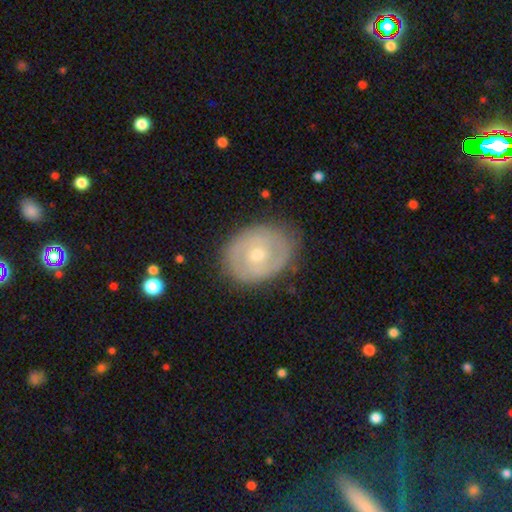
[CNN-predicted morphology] smooth-or-featured: featured or disk: 62% | smooth: 32% | star or artifact: 6%
  disk-edge-on: no: 96% | yes: 4%
    bar: no: 71% | weak: 24% | strong: 5%
    has-spiral-arms: yes: 54% | no: 46%
    bulge-size: small: 49% | moderate: 48% | large: 2% | none: 1% | dominant: 1%
  merging: none: 79% | minor disturbance: 15% | major disturbance: 5% | merger: 1%